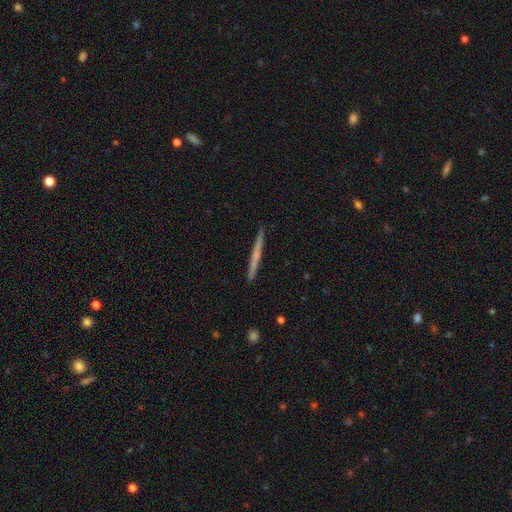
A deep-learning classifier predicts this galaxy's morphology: Smooth or featured? featured or disk (51%)
Edge-on disk? yes (98%)
Merging? none (92%)